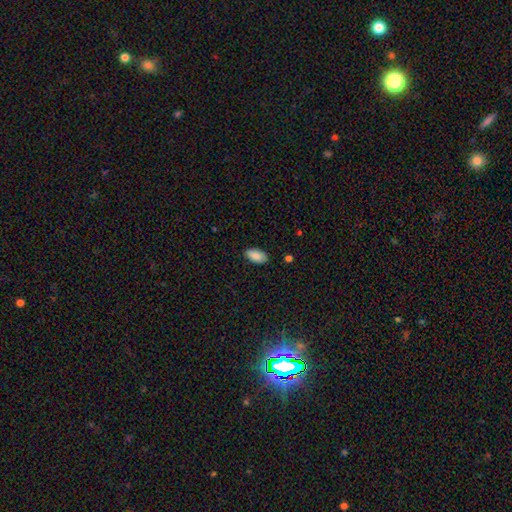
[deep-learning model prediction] smooth 89%, star or artifact 7%, featured or disk 4%. Down the decision tree: how rounded — in between (94%); merging — none (86%).